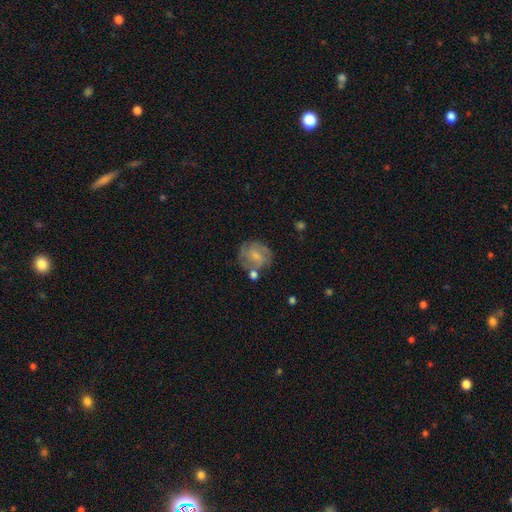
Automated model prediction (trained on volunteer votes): Smooth or featured? Predicted: smooth (p=0.51). How rounded? Predicted: round (p=0.76). Merging? Predicted: none (p=0.56).